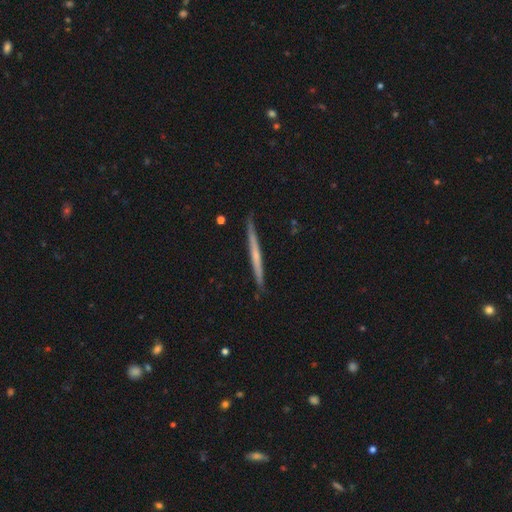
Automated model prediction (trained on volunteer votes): The model was most divided on "smooth or featured": featured or disk: 57%, smooth: 38%, star or artifact: 5%. More confident: edge-on disk — yes (97%); merging — none (89%); edge-on bulge — none (77%).